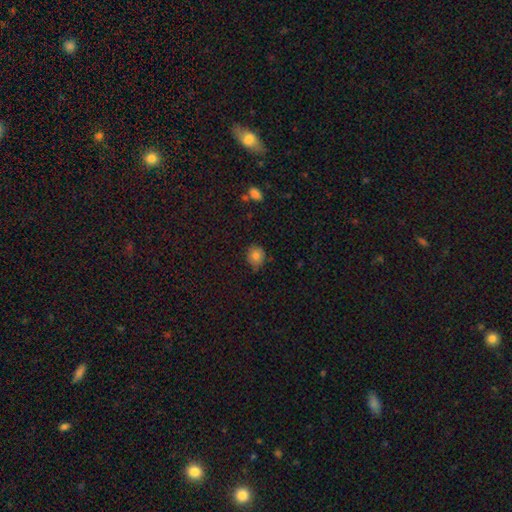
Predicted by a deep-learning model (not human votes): This appears to be a smooth galaxy with no disk features (80%) that is round (74%). Merging: none (70%).